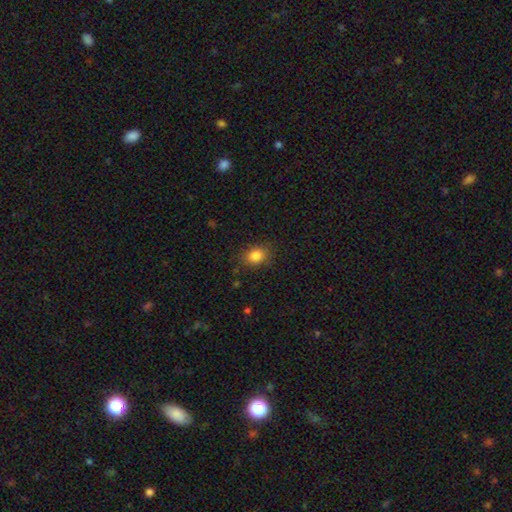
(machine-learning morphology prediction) smooth_or_featured: smooth (p=0.84) [alt: star or artifact p=0.10]
how_rounded: in between (p=0.56) [alt: round p=0.43]
merging: none (p=0.83) [alt: minor disturbance p=0.12]